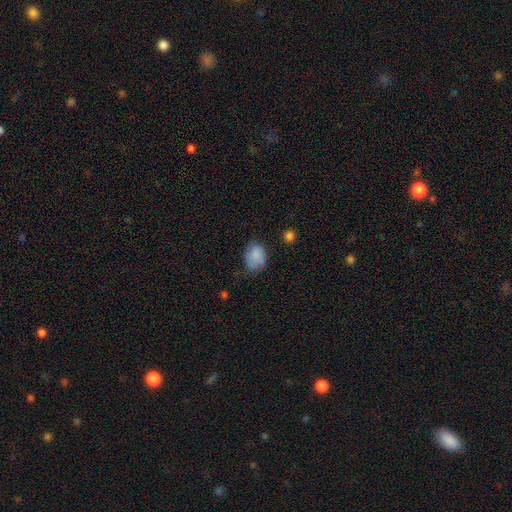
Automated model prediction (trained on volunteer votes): smooth-or-featured: smooth: 84% | star or artifact: 9% | featured or disk: 7%
  how-rounded: in between: 72% | round: 27% | cigar-shaped: 1%
  merging: none: 60% | minor disturbance: 30% | major disturbance: 8% | merger: 2%